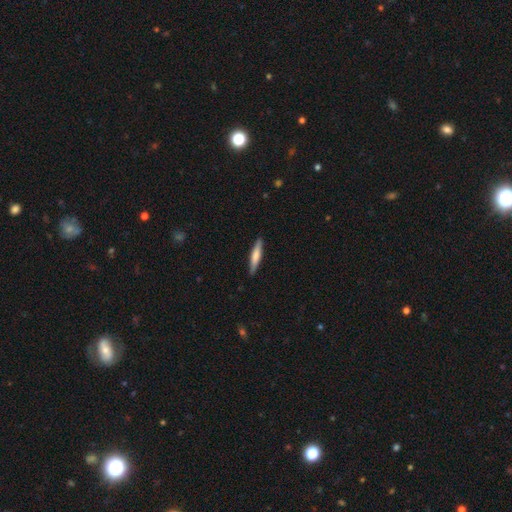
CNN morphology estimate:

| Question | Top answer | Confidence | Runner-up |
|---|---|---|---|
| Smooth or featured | smooth | 64% | featured or disk (31%) |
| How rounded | cigar-shaped | 88% | in between (10%) |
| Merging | none | 89% | minor disturbance (9%) |